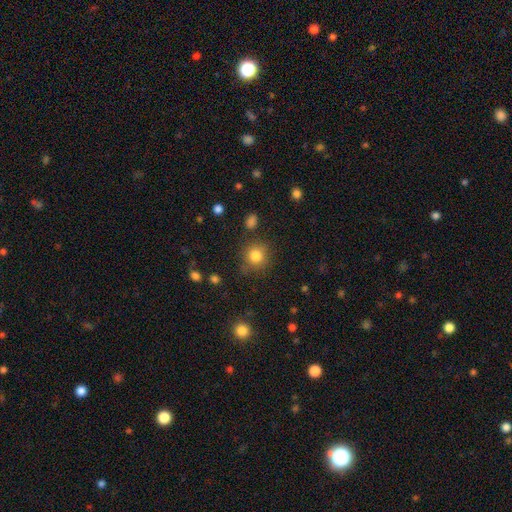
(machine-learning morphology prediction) smooth-or-featured: smooth: 83% | star or artifact: 11% | featured or disk: 6%
  how-rounded: round: 89% | in between: 10% | cigar-shaped: 1%
  merging: none: 80% | minor disturbance: 13% | major disturbance: 4% | merger: 3%